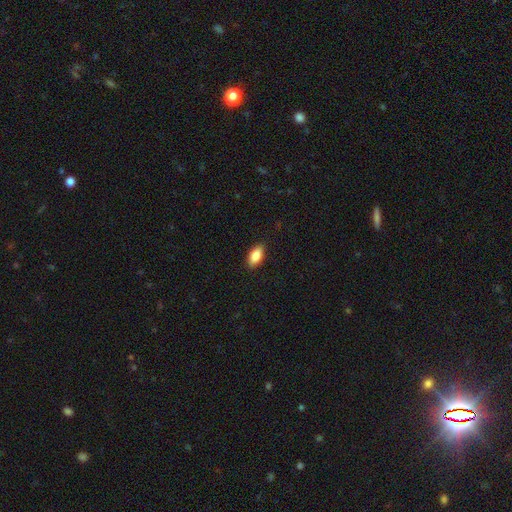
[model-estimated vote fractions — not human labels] smooth_or_featured: smooth (p=0.86) [alt: featured or disk p=0.07]
how_rounded: in between (p=0.91) [alt: cigar-shaped p=0.06]
merging: none (p=0.88) [alt: minor disturbance p=0.09]